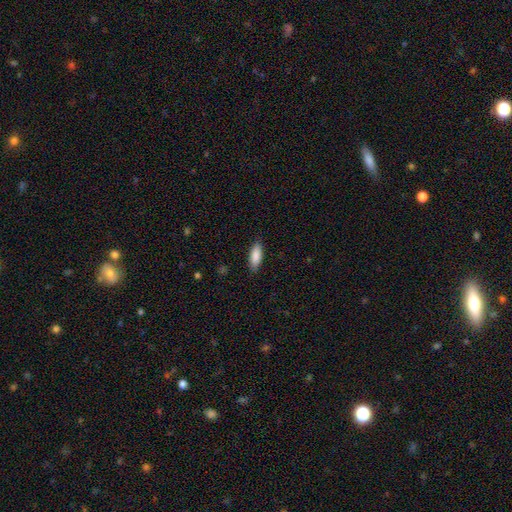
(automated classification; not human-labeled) The model was most divided on "how rounded": in between: 67%, cigar-shaped: 31%, round: 2%. More confident: smooth or featured — smooth (88%); merging — none (87%).